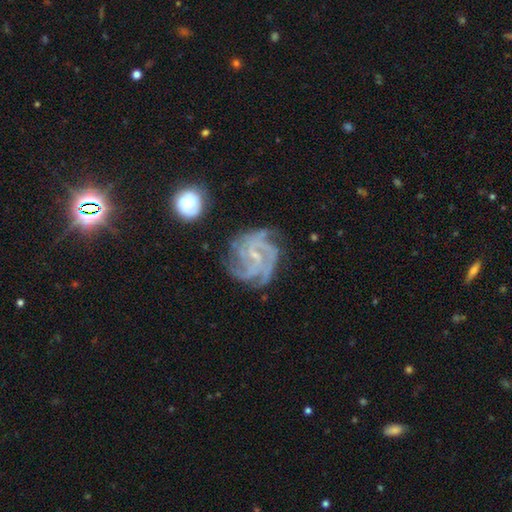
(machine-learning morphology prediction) Overall: featured or disk (87%). Edge-on disk: no (98%). Bar: weak (45%; no 39%). Spiral arms: yes (97%). Spiral arm count: 4 (33%; 3 28%). Spiral winding: tight (58%; medium 36%). Bulge size: small (72%). Merging: none (71%).